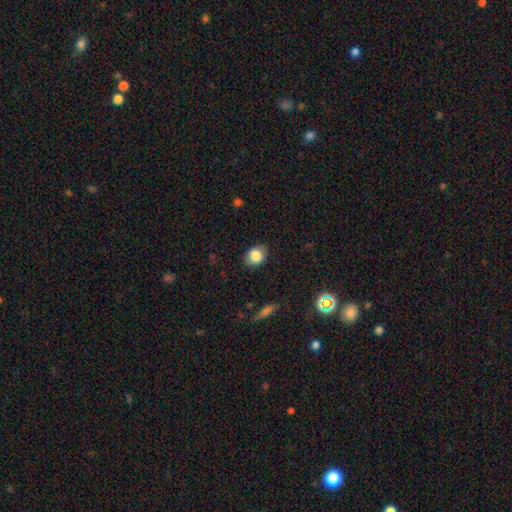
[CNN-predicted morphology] Overall: smooth (83%). How rounded: in between (55%; round 43%). Merging: none (84%).